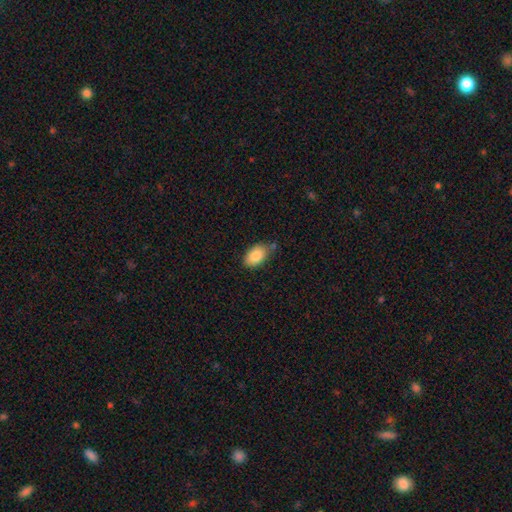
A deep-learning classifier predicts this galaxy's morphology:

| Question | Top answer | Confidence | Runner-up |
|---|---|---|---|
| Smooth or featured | smooth | 86% | featured or disk (7%) |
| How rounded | in between | 92% | round (6%) |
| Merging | none | 68% | minor disturbance (23%) |